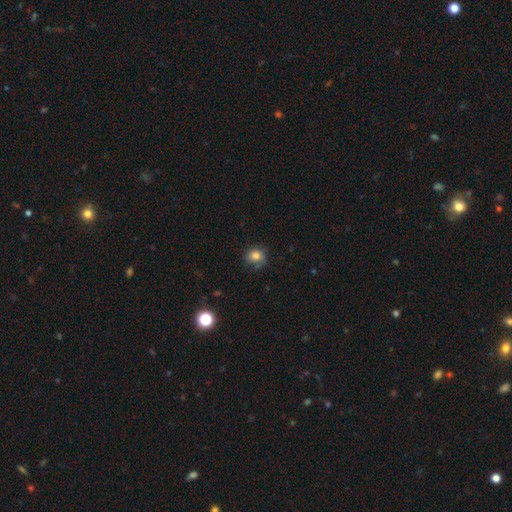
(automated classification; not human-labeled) smooth_or_featured: smooth (p=0.80) [alt: star or artifact p=0.12]
how_rounded: round (p=0.77) [alt: in between p=0.22]
merging: none (p=0.74) [alt: minor disturbance p=0.20]